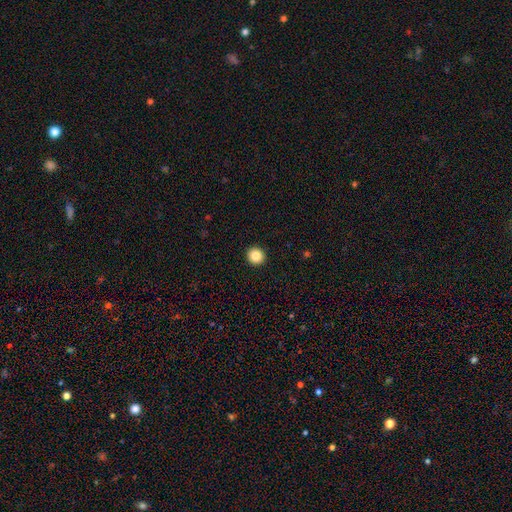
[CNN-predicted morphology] Smooth or featured: smooth — 86% (star or artifact — 10%)
How rounded: round — 92% (in between — 7%)
Merging: none — 94% (minor disturbance — 4%)